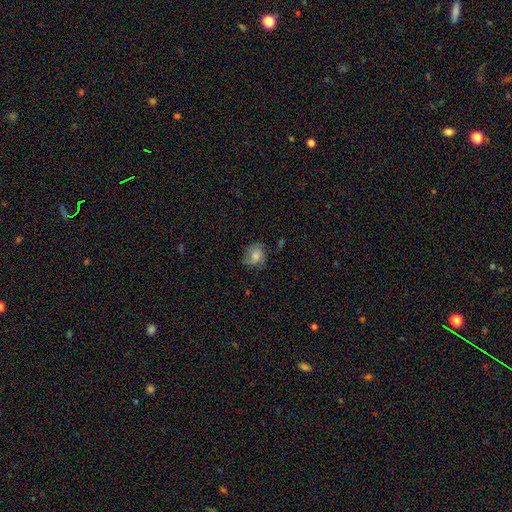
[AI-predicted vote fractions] smooth_or_featured: smooth (p=0.66) [alt: featured or disk p=0.25]
how_rounded: round (p=0.66) [alt: in between p=0.33]
merging: none (p=0.64) [alt: minor disturbance p=0.25]